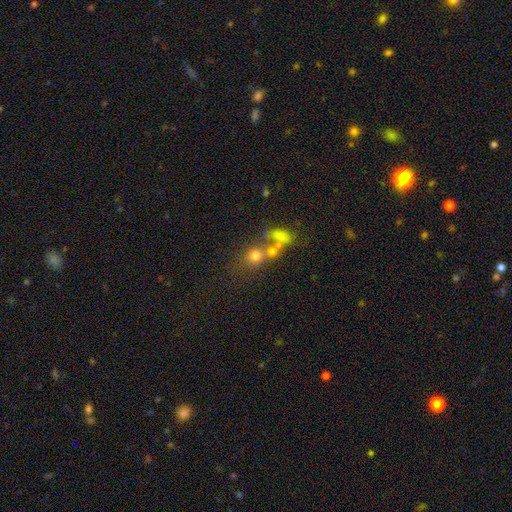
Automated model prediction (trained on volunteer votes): Overall: smooth (59%; featured or disk 20%). How rounded: round (76%). Merging: merger (43%; none 39%).